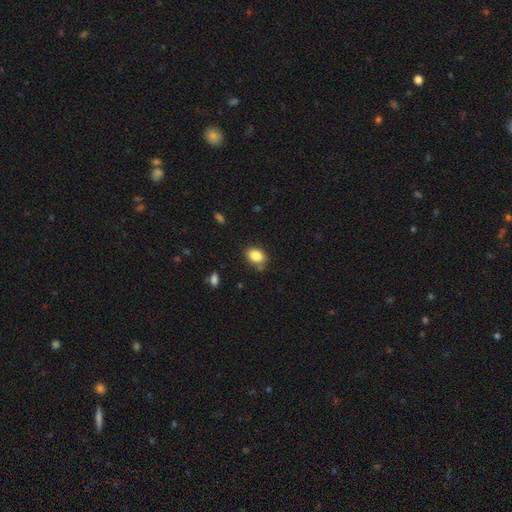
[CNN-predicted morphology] The model was most divided on "how rounded": in between: 73%, round: 26%, cigar-shaped: 1%. More confident: smooth or featured — smooth (86%); merging — none (74%).